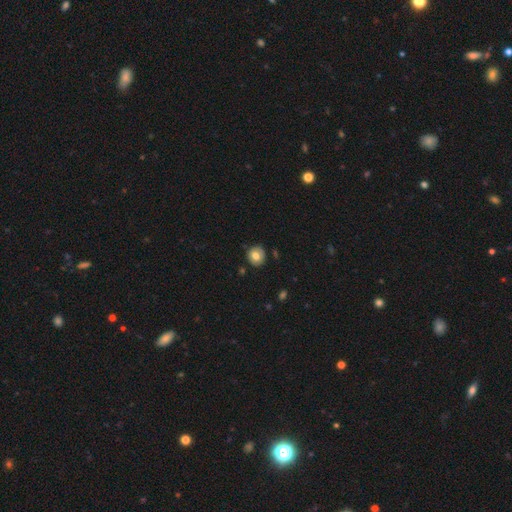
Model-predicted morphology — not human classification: A smooth galaxy with no disk features (75%) that is round (90%). Merging: none (87%).